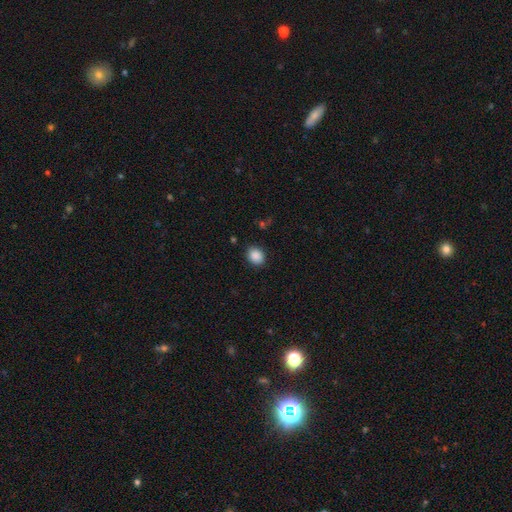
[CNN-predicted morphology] type=smooth (89%); roundness=round (54%); merging=none (88%).